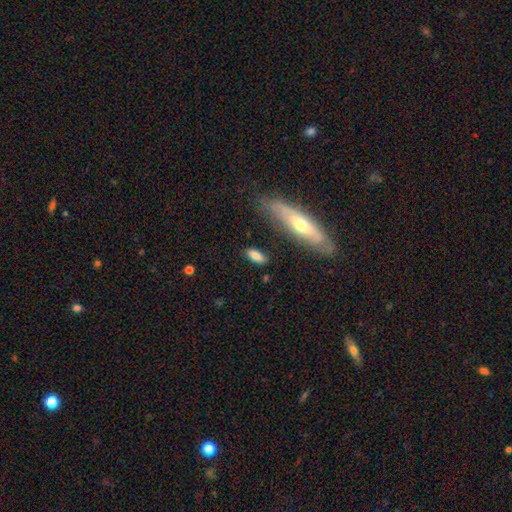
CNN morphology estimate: Smooth or featured? smooth (79%)
How rounded? in between (73%)
Merging? none (79%)